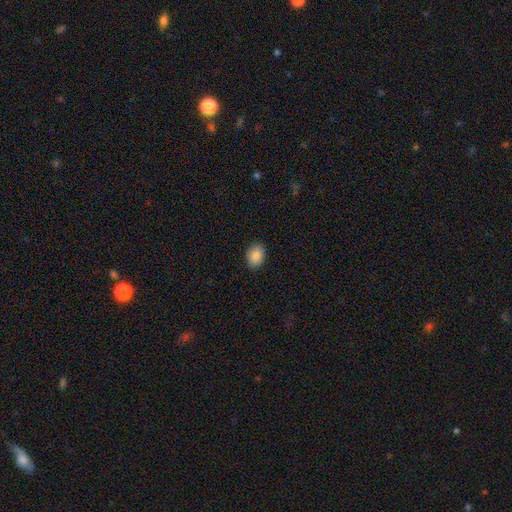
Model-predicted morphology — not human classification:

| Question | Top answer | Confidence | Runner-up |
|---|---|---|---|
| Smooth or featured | smooth | 88% | star or artifact (7%) |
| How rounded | in between | 75% | round (24%) |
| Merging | none | 89% | minor disturbance (9%) |